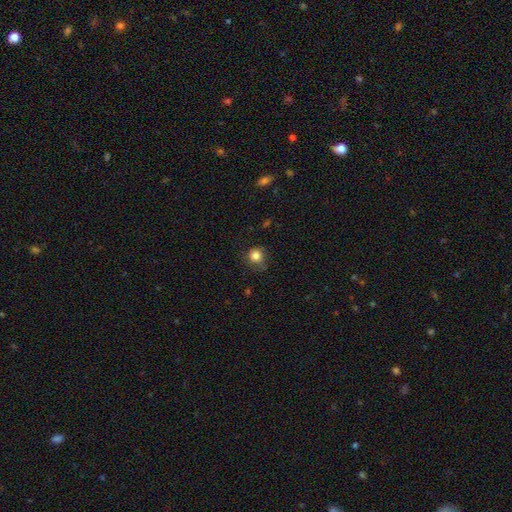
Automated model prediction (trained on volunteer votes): Overall: smooth (83%). How rounded: round (88%). Merging: none (69%).